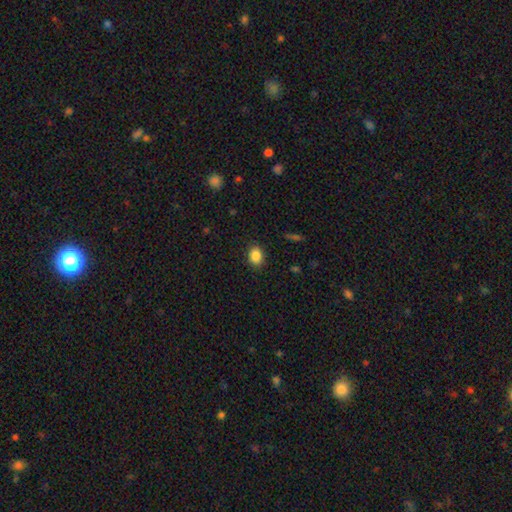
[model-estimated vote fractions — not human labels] A smooth galaxy with no disk features (87%) that is in between round and cigar-shaped (62%). Merging: none (88%).